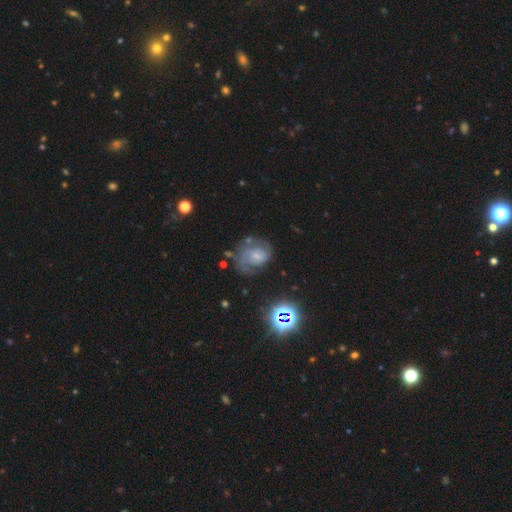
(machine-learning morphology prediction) Smooth or featured? featured or disk (71%)
Edge-on disk? no (98%)
Bar? no (66%)
Spiral arms? yes (88%)
Spiral winding? tight (46%)
Spiral arm count? 2 (40%)
Bulge size? small (59%)
Merging? none (51%)